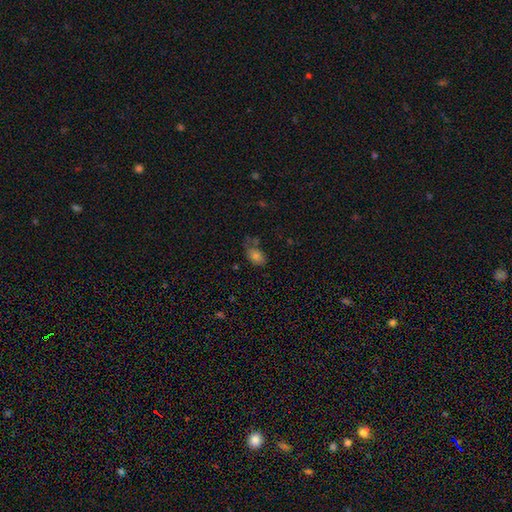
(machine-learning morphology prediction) This appears to be a smooth galaxy with no disk features (71%) that is in between round and cigar-shaped (82%). Merging: none (51%).